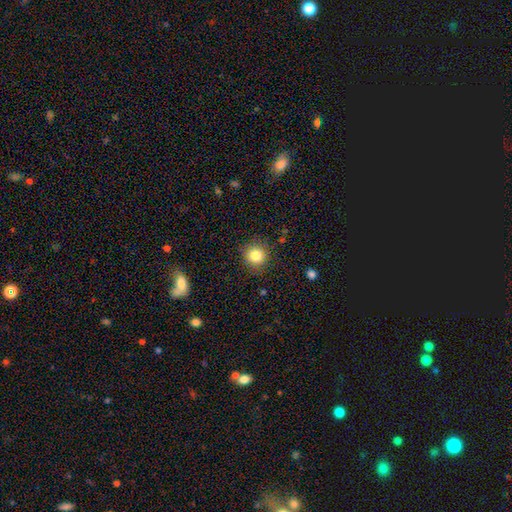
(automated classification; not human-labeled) This is clearly a smooth galaxy (83%). How rounded: clearly round (91%). Merging: clearly none (87%).